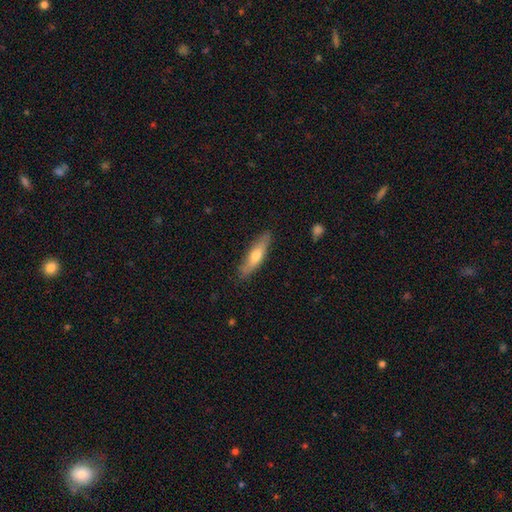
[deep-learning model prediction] Morphology: type=smooth (59%); roundness=cigar-shaped (72%); merging=none (85%).